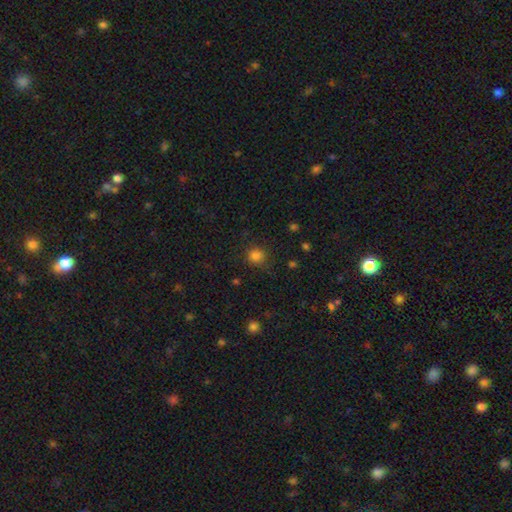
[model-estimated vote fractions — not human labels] This is clearly a smooth galaxy (82%). How rounded: clearly round (91%). Merging: clearly none (85%).